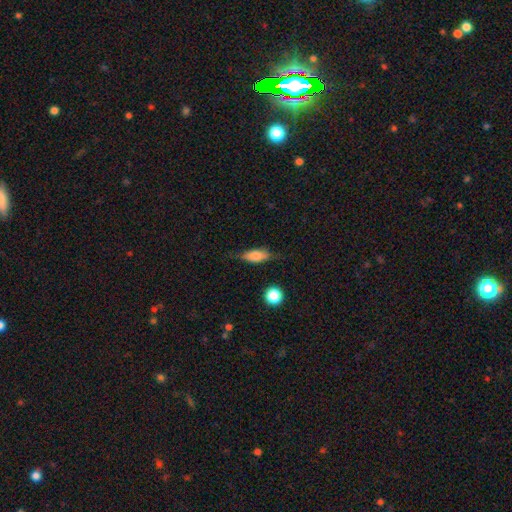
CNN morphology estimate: A smooth galaxy with no disk features (72%) that is in between round and cigar-shaped (73%).

Vote fractions:
- Smooth or featured? smooth: 72% / featured or disk: 20% / star or artifact: 8%
- How rounded? in between: 73% / cigar-shaped: 23% / round: 5%
- Merging? none: 69% / minor disturbance: 23% / major disturbance: 6% / merger: 2%